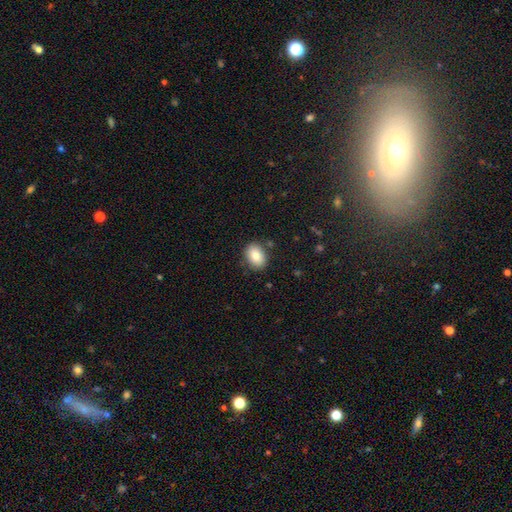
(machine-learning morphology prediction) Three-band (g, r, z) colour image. It shows a smooth galaxy with no disk features (85%) that is in between round and cigar-shaped (78%). Merging: none (84%).